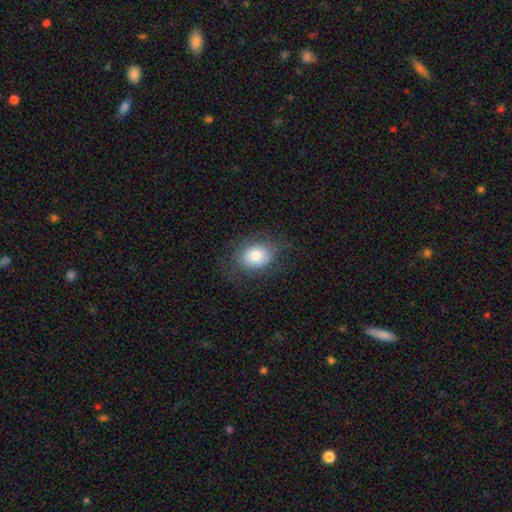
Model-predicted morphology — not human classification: smooth 76%, featured or disk 16%, star or artifact 8%. Down the decision tree: how rounded — in between (63%); merging — none (72%).